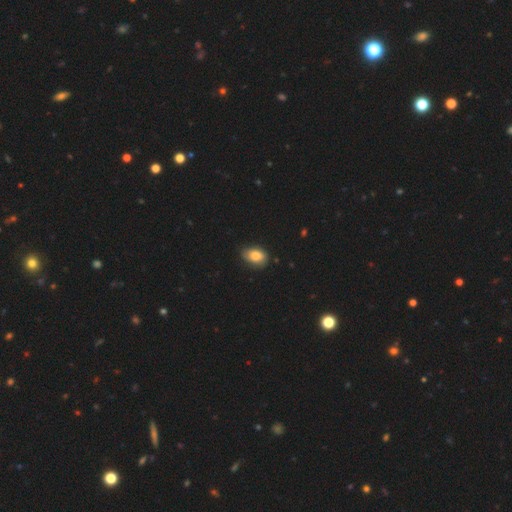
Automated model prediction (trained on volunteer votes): Morphology: type=smooth (82%); roundness=in between (83%); merging=none (79%).